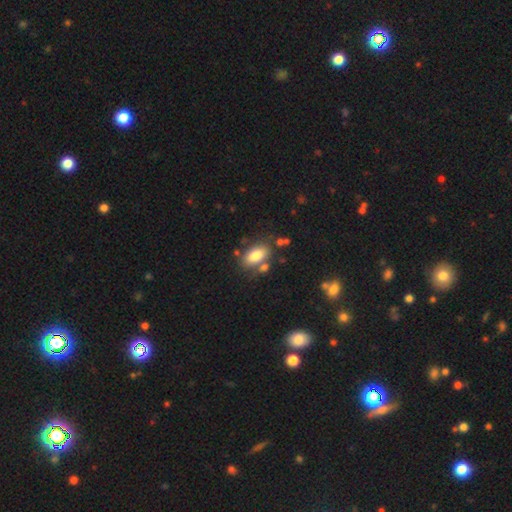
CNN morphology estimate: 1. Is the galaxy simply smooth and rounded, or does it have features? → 80% smooth, 12% featured or disk, 8% star or artifact.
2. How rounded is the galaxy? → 90% in between, 6% round, 3% cigar-shaped.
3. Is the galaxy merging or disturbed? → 70% none, 13% minor disturbance, 13% merger, 4% major disturbance.